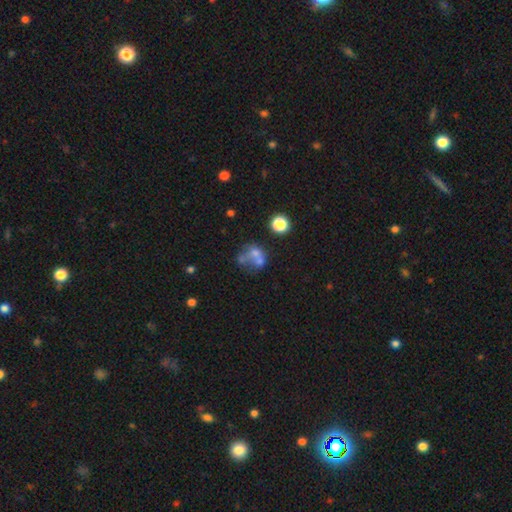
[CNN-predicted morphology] This appears to be a smooth galaxy with no disk features (53%) that is round (66%). Merging: merger (51%).